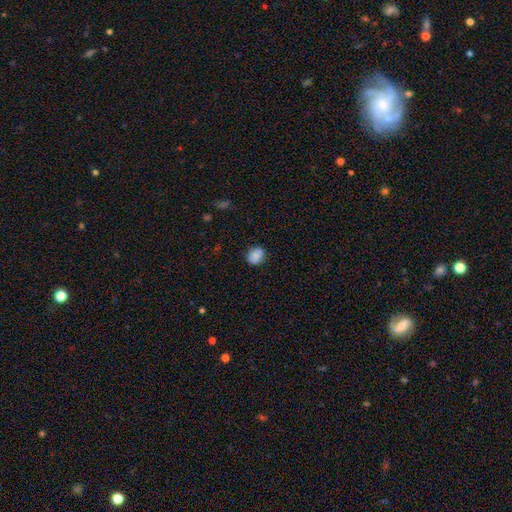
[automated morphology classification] Overall: smooth (83%). How rounded: round (68%; in between 31%). Merging: none (82%).